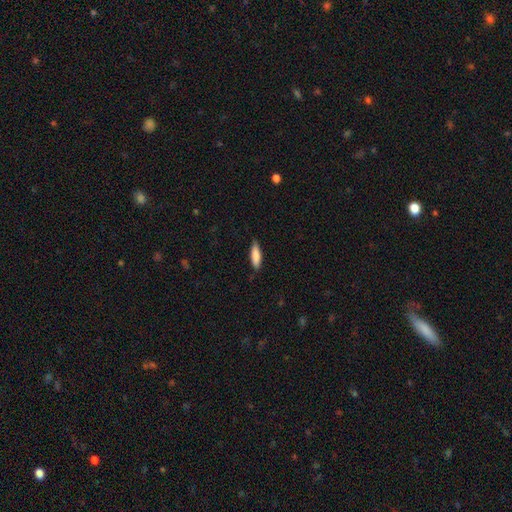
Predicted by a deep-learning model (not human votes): Smooth or featured? smooth (84%)
How rounded? cigar-shaped (60%)
Merging? none (83%)